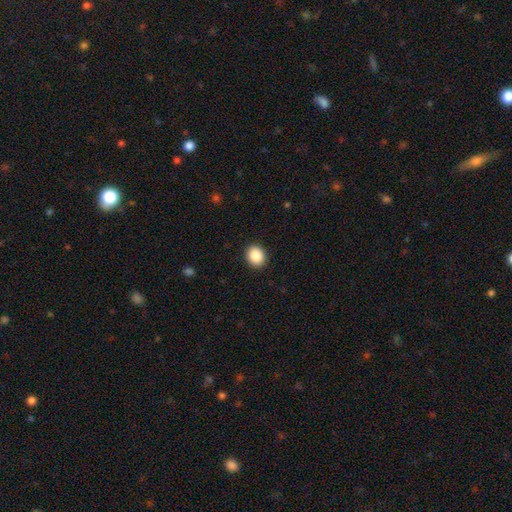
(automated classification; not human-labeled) Morphology: type=smooth (88%); roundness=round (70%); merging=none (92%).